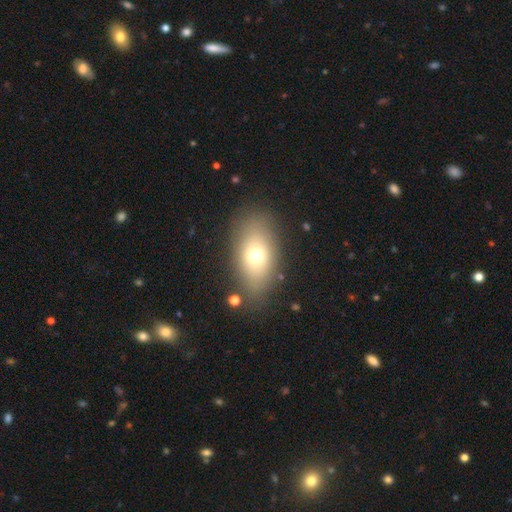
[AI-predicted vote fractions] Overall: smooth (70%). How rounded: in between (85%). Merging: none (81%).